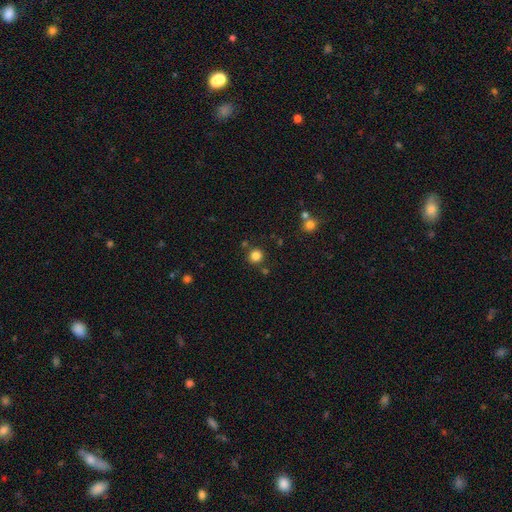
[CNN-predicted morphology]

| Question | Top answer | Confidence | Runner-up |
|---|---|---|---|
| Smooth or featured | smooth | 83% | star or artifact (13%) |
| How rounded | round | 93% | in between (6%) |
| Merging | none | 85% | minor disturbance (7%) |